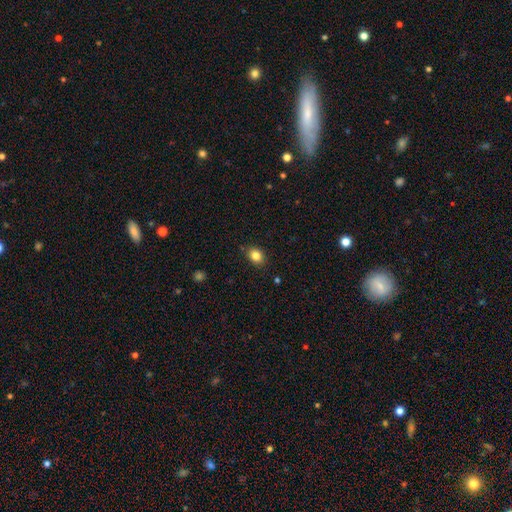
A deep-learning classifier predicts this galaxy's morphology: A smooth galaxy with no disk features (83%) that is in between round and cigar-shaped (54%). Merging: none (83%).